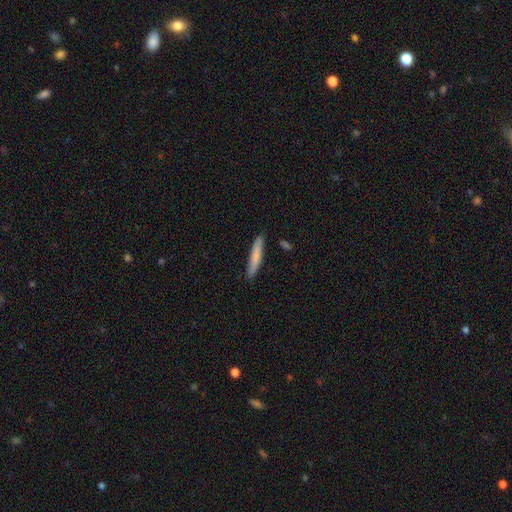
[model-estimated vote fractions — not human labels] smooth-or-featured: smooth: 75% | featured or disk: 19% | star or artifact: 6%
  how-rounded: cigar-shaped: 93% | in between: 6% | round: 1%
  merging: none: 87% | minor disturbance: 10% | major disturbance: 2% | merger: 2%